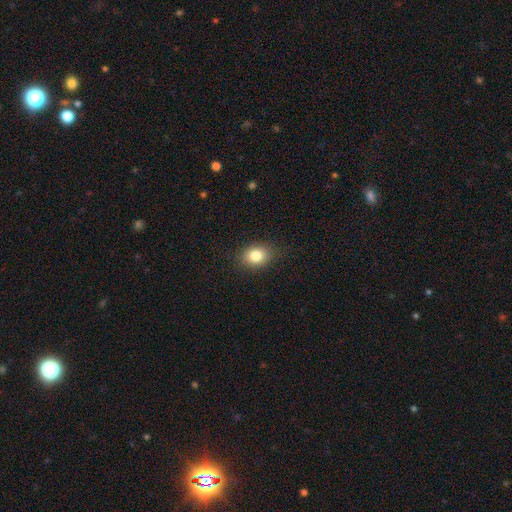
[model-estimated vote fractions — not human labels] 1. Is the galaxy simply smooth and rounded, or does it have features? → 82% smooth, 10% star or artifact, 8% featured or disk.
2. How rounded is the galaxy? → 62% in between, 37% round, 1% cigar-shaped.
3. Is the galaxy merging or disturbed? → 86% none, 11% minor disturbance, 3% major disturbance, 1% merger.